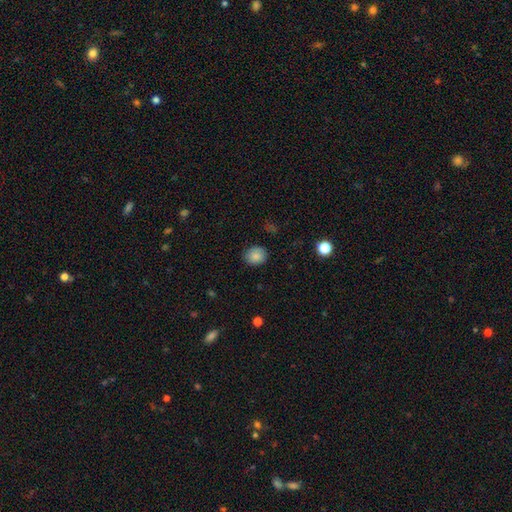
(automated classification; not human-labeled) The model was most divided on "how rounded": round: 66%, in between: 33%, cigar-shaped: 1%. More confident: smooth or featured — smooth (85%); merging — none (83%).